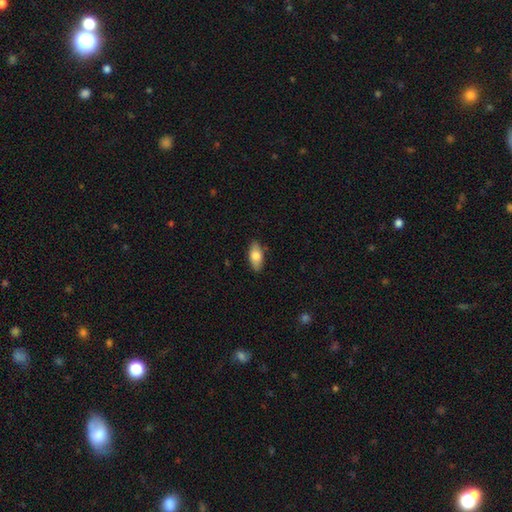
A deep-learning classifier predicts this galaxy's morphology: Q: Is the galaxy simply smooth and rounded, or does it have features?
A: smooth — 77%.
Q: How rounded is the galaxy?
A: in between — 89%.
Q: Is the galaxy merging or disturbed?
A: none — 85%.